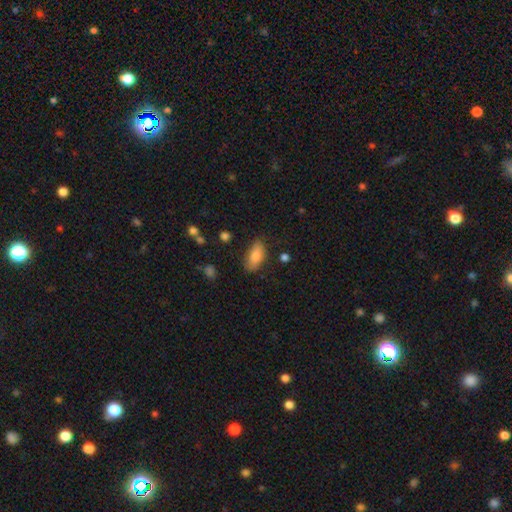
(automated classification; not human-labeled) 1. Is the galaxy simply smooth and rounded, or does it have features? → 84% smooth, 9% featured or disk, 7% star or artifact.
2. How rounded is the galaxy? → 86% in between, 11% cigar-shaped, 3% round.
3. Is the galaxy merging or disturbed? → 79% none, 16% minor disturbance, 4% major disturbance, 2% merger.